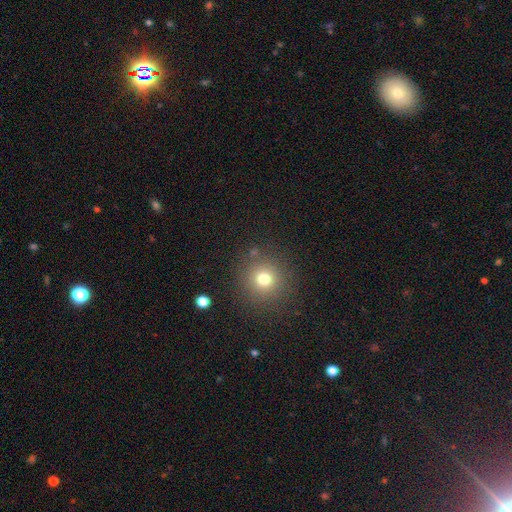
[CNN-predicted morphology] Overall: smooth (67%). How rounded: round (94%). Merging: none (89%).